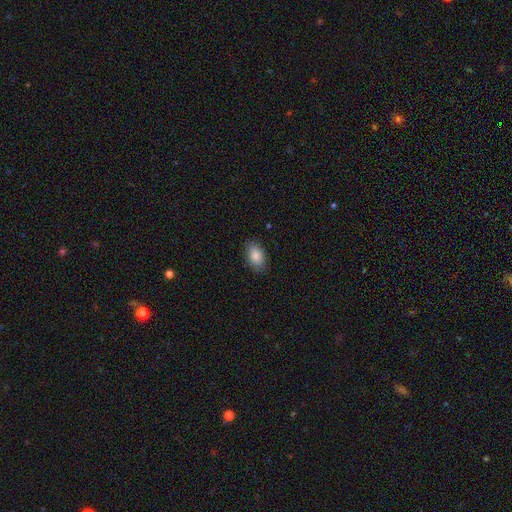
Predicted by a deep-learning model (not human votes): Q: Smooth or featured?
A: smooth (87%); runner-up: star or artifact (7%)
Q: How rounded?
A: in between (91%); runner-up: round (7%)
Q: Merging?
A: none (86%); runner-up: minor disturbance (11%)